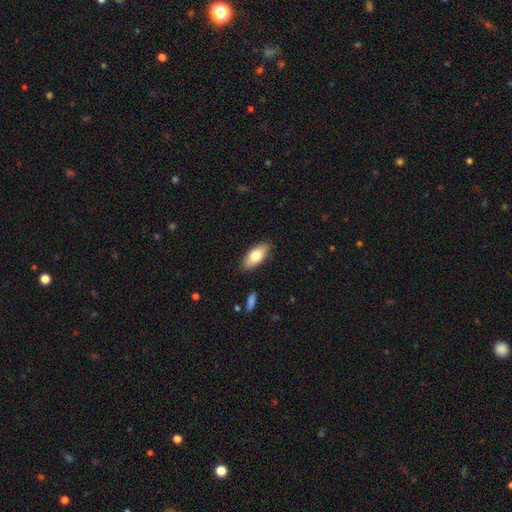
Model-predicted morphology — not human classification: This is likely a smooth galaxy (76%). How rounded: clearly in between (86%). Merging: clearly none (86%).